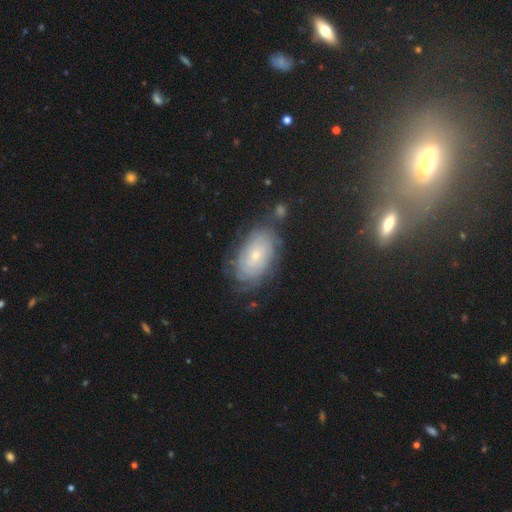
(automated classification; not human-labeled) The model was most divided on "bulge size": small: 72%, moderate: 24%, large: 2%, none: 1%, dominant: 1%. More confident: edge-on disk — no (95%); spiral arms — yes (88%); bar — no (80%); spiral winding — tight (79%); smooth or featured — featured or disk (70%); merging — none (70%); spiral arm count — can't tell (61%).